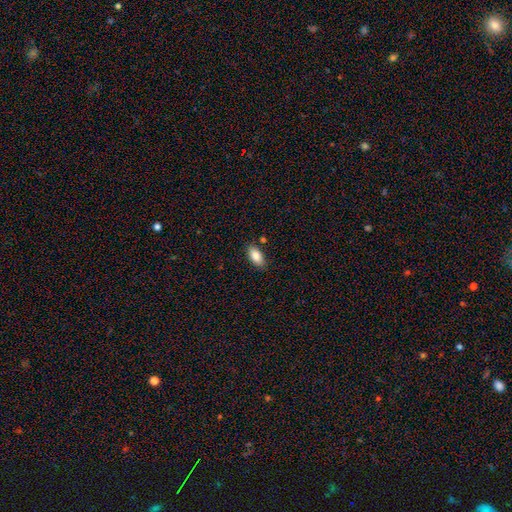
A smooth galaxy with no disk features (86%) that is in between round and cigar-shaped (97%). Merging: none (81%).